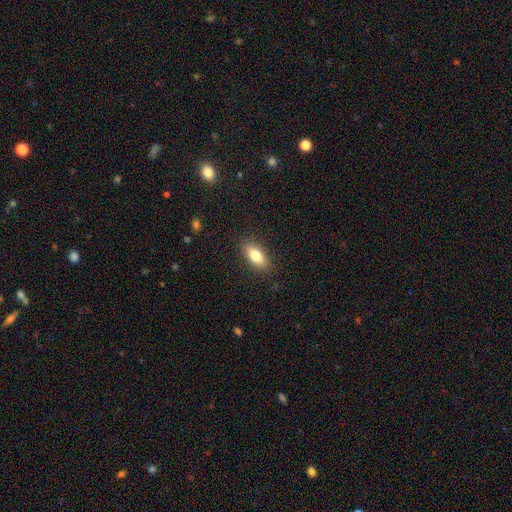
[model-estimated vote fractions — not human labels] Smooth or featured? Predicted: smooth (p=0.81). How rounded? Predicted: in between (p=0.84). Merging? Predicted: none (p=0.86).